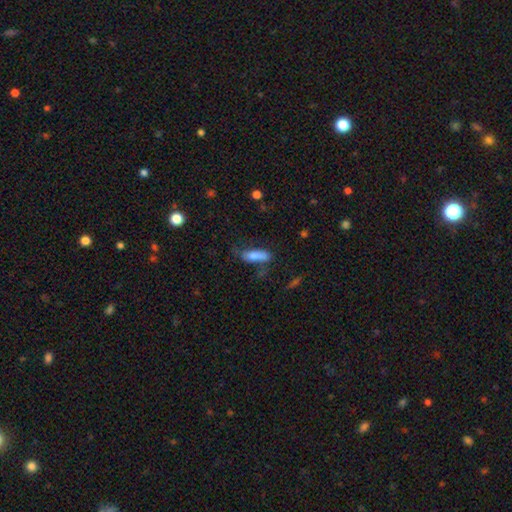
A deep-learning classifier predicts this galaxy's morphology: Smooth or featured? smooth (78%)
How rounded? in between (54%)
Merging? none (54%)